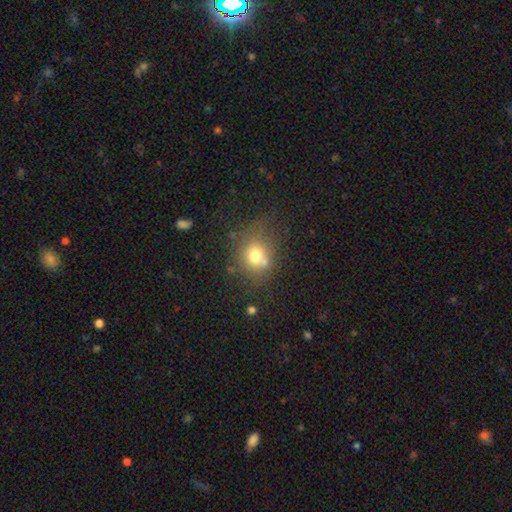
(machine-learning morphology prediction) Smooth or featured: smooth — 72% (featured or disk — 14%)
How rounded: round — 67% (in between — 32%)
Merging: none — 55% (minor disturbance — 19%)